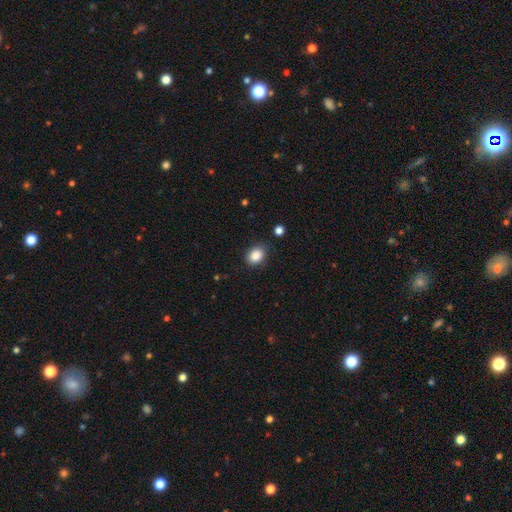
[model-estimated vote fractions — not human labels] smooth 87%, star or artifact 9%, featured or disk 4%. Down the decision tree: how rounded — in between (60%); merging — none (80%).